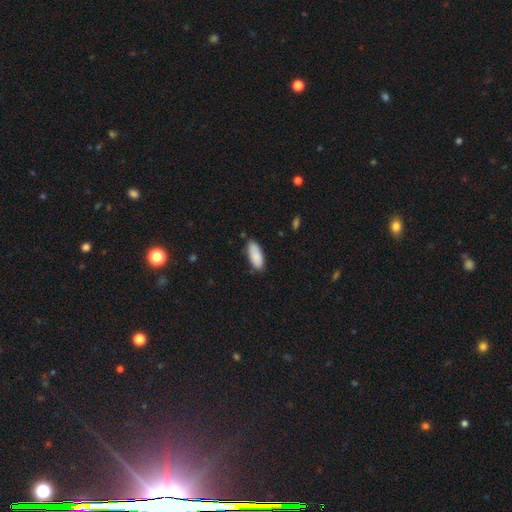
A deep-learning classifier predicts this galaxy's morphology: A smooth galaxy with no disk features (86%) that is in between round and cigar-shaped (83%). Merging: none (82%).